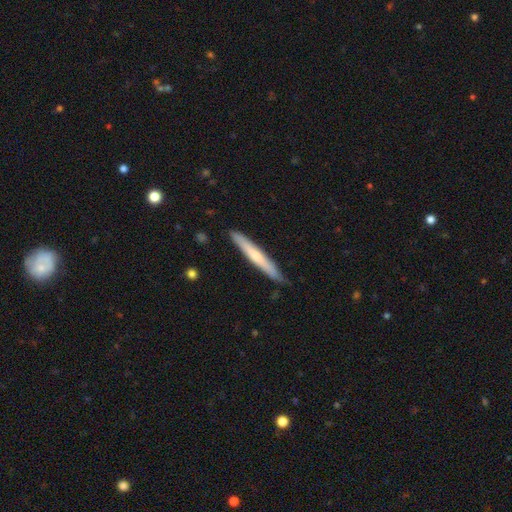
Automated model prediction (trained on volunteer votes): Smooth or featured: smooth — 56% (featured or disk — 39%)
How rounded: cigar-shaped — 96% (in between — 3%)
Merging: none — 86% (minor disturbance — 11%)